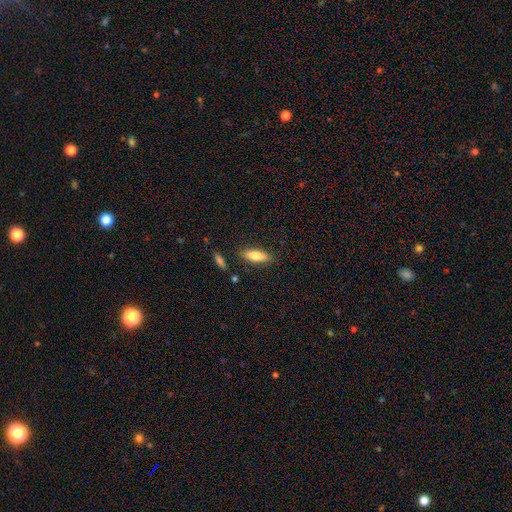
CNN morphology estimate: type=smooth (79%); roundness=in between (62%); merging=none (83%).